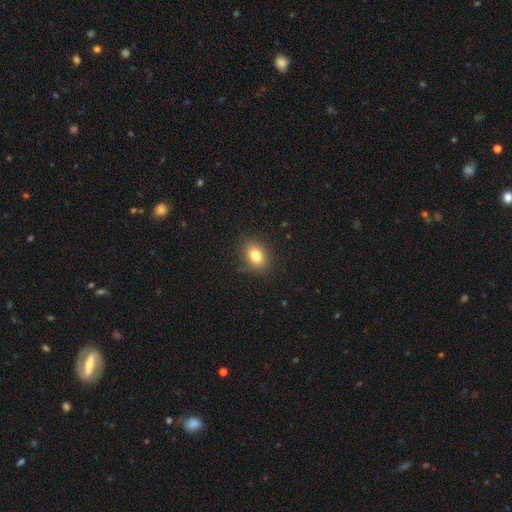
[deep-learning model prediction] smooth-or-featured: smooth: 80% | star or artifact: 11% | featured or disk: 9%
  how-rounded: in between: 61% | round: 38% | cigar-shaped: 1%
  merging: none: 86% | minor disturbance: 11% | major disturbance: 3% | merger: 1%